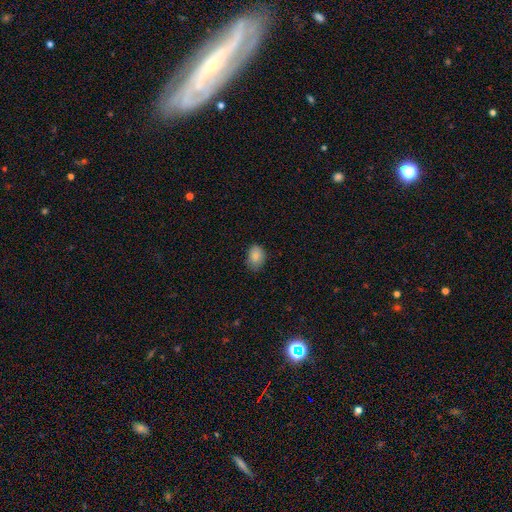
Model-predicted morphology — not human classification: smooth_or_featured: smooth (p=0.86) [alt: star or artifact p=0.08]
how_rounded: in between (p=0.73) [alt: round p=0.26]
merging: none (p=0.72) [alt: minor disturbance p=0.22]